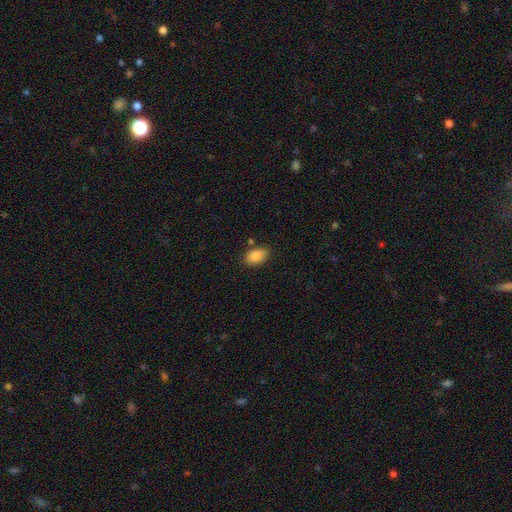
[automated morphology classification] smooth-or-featured: smooth: 87% | star or artifact: 7% | featured or disk: 6%
  how-rounded: in between: 91% | round: 7% | cigar-shaped: 2%
  merging: none: 79% | minor disturbance: 13% | merger: 4% | major disturbance: 3%